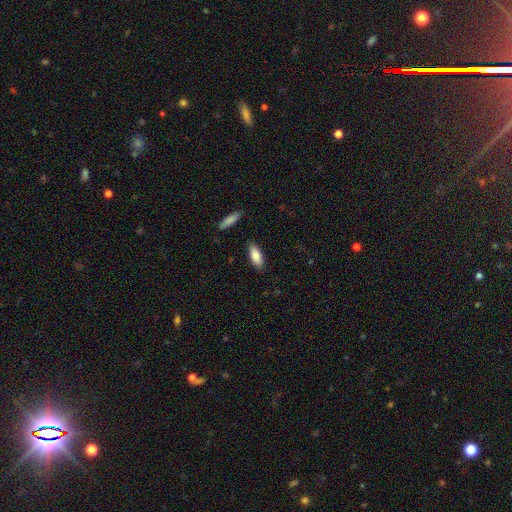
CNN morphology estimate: type=smooth (85%); roundness=in between (79%); merging=none (87%).